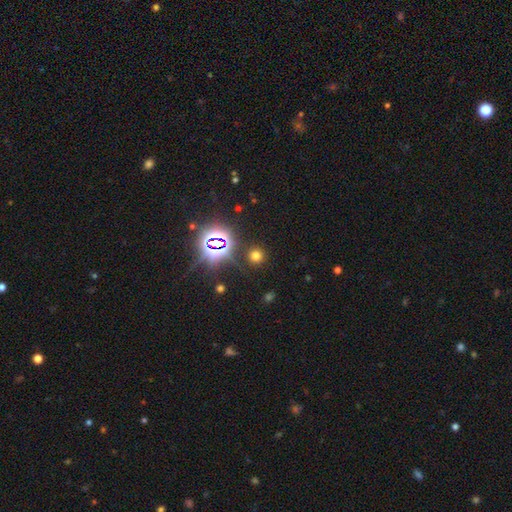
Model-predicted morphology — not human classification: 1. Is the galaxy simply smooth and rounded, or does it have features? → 61% smooth, 32% star or artifact, 7% featured or disk.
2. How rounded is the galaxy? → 92% round, 7% in between, 1% cigar-shaped.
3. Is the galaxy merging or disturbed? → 88% none, 6% minor disturbance, 3% major disturbance, 2% merger.